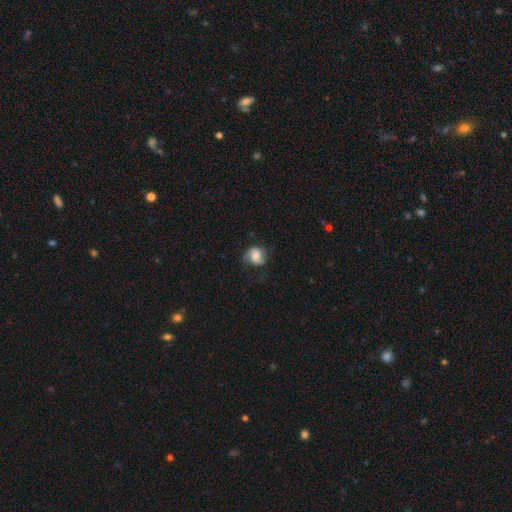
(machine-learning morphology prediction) type=featured or disk (58%); edge-on=no (97%); bar=no (49%); spiral arms=yes (90%); winding=medium (44%); arm count=2 (81%); bulge=moderate (38%); merging=none (61%).